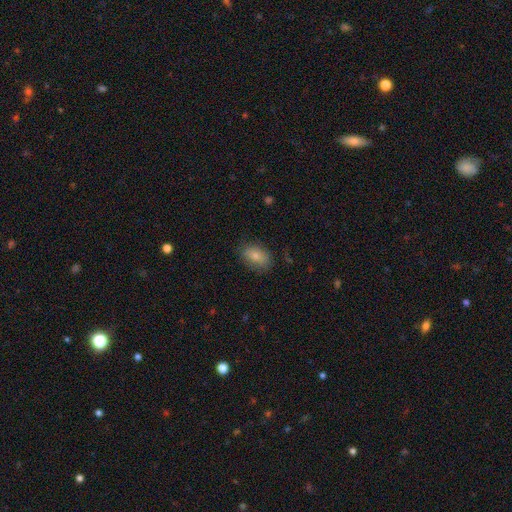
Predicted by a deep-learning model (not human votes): smooth_or_featured: smooth (p=0.76) [alt: featured or disk p=0.16]
how_rounded: in between (p=0.84) [alt: round p=0.14]
merging: none (p=0.78) [alt: minor disturbance p=0.16]